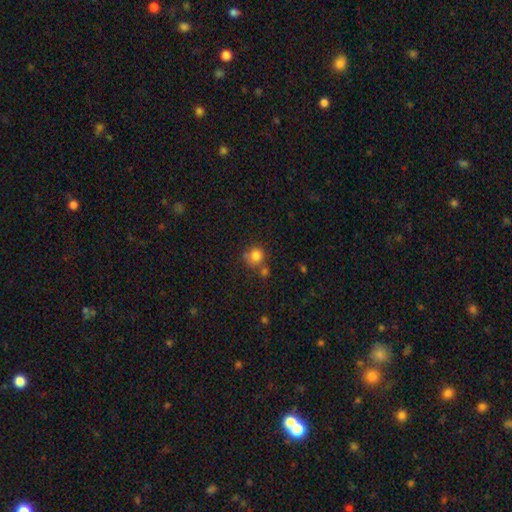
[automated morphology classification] Q: Smooth or featured?
A: smooth (81%); runner-up: star or artifact (11%)
Q: How rounded?
A: round (89%); runner-up: in between (10%)
Q: Merging?
A: none (60%); runner-up: merger (20%)